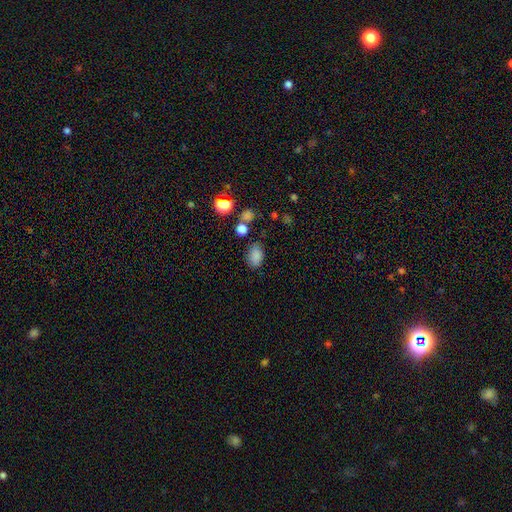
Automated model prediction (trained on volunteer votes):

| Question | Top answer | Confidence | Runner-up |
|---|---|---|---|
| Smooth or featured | smooth | 82% | star or artifact (13%) |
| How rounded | in between | 82% | round (16%) |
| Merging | none | 75% | minor disturbance (15%) |